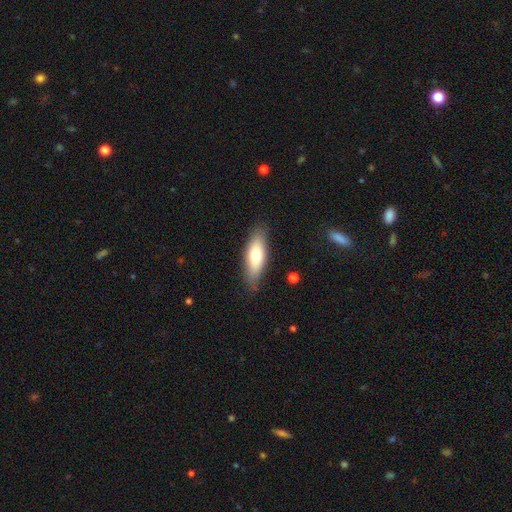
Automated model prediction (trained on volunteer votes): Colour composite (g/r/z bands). It shows a smooth galaxy with no disk features (71%) that is in between round and cigar-shaped (61%). Merging: none (83%).